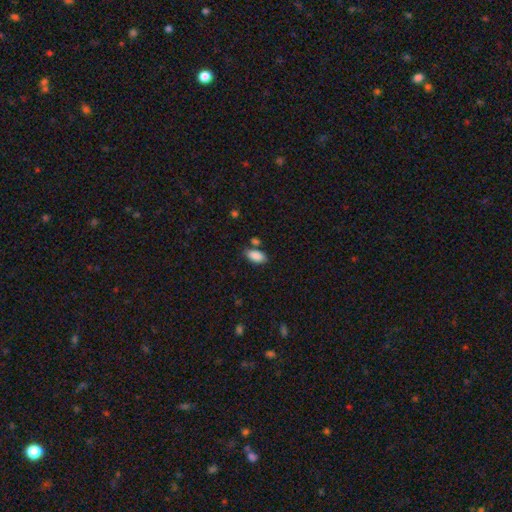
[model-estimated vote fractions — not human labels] A smooth galaxy with no disk features (88%) that is in between round and cigar-shaped (93%).

Vote fractions:
- Smooth or featured? smooth: 88% / star or artifact: 7% / featured or disk: 5%
- How rounded? in between: 93% / cigar-shaped: 4% / round: 3%
- Merging? none: 69% / minor disturbance: 15% / merger: 12% / major disturbance: 4%